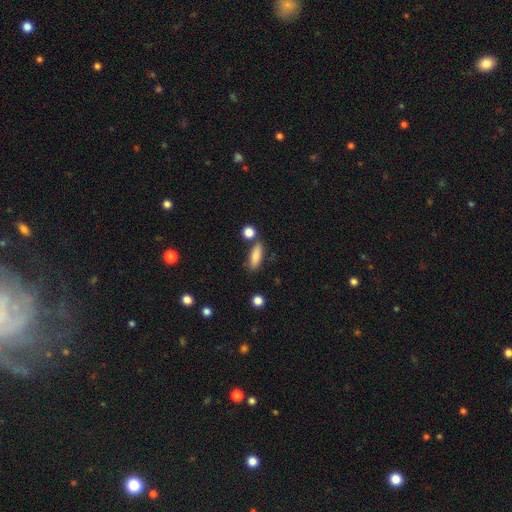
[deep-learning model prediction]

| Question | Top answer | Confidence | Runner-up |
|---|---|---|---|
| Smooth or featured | smooth | 83% | featured or disk (9%) |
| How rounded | in between | 58% | cigar-shaped (38%) |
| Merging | none | 73% | minor disturbance (14%) |